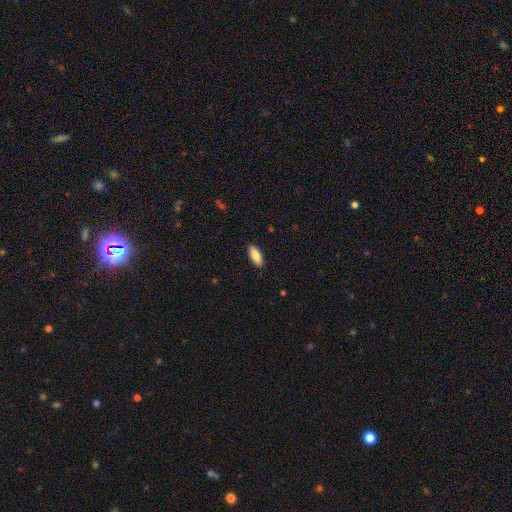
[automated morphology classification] smooth-or-featured: smooth: 84% | featured or disk: 10% | star or artifact: 6%
  how-rounded: in between: 84% | cigar-shaped: 14% | round: 2%
  merging: none: 89% | minor disturbance: 8% | major disturbance: 2% | merger: 1%